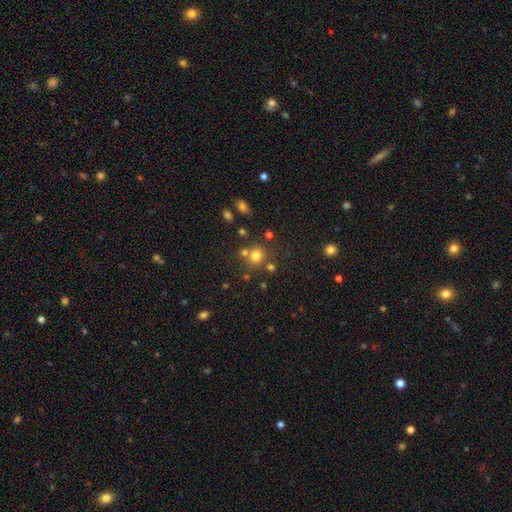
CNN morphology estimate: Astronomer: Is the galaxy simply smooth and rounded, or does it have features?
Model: smooth — 75%.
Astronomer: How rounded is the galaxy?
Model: round — 84%.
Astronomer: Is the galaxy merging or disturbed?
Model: none — 67%.